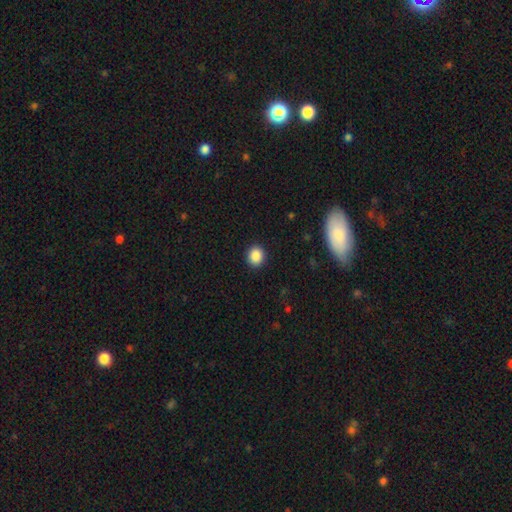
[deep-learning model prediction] Overall: smooth (87%). How rounded: round (72%). Merging: none (91%).